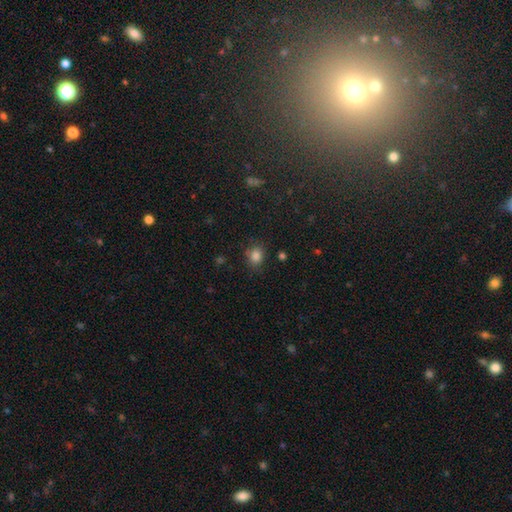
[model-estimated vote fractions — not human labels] Q: Smooth or featured?
A: smooth (83%); runner-up: star or artifact (12%)
Q: How rounded?
A: round (65%); runner-up: in between (34%)
Q: Merging?
A: none (78%); runner-up: minor disturbance (15%)